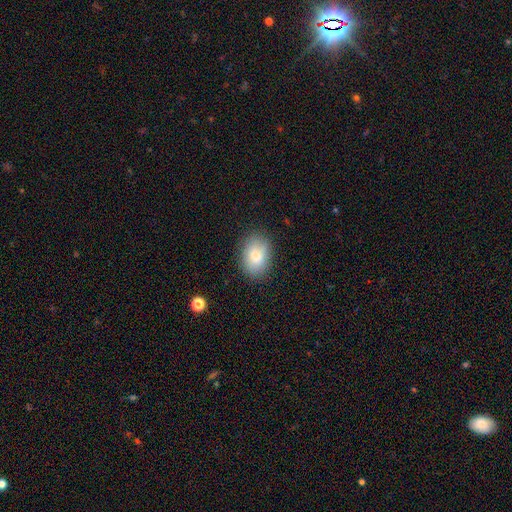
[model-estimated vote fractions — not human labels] Morphology: type=smooth (78%); roundness=in between (73%); merging=none (84%).